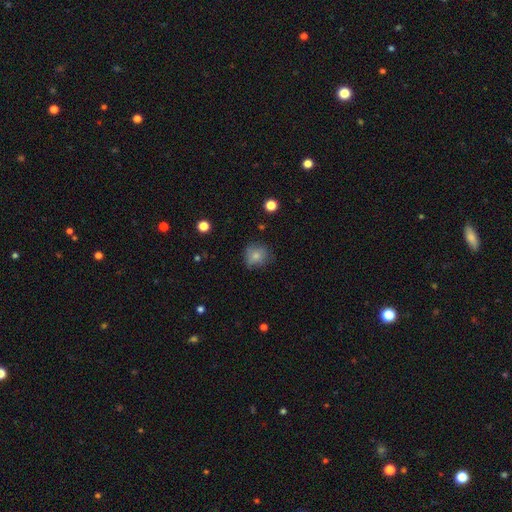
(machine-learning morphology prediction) Smooth or featured? smooth (77%)
How rounded? round (80%)
Merging? none (67%)